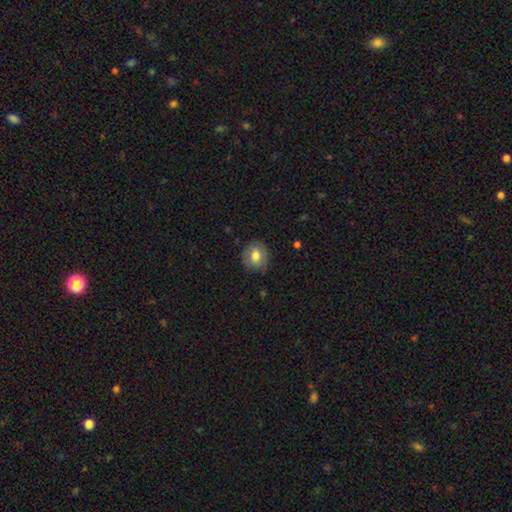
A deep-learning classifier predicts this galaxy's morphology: Smooth or featured?
  - smooth: 71% *
  - featured or disk: 21%
  - star or artifact: 8%
How rounded?
  - round: 74% *
  - in between: 25%
  - cigar-shaped: 1%
Merging?
  - none: 81% *
  - minor disturbance: 15%
  - major disturbance: 4%
  - merger: 1%